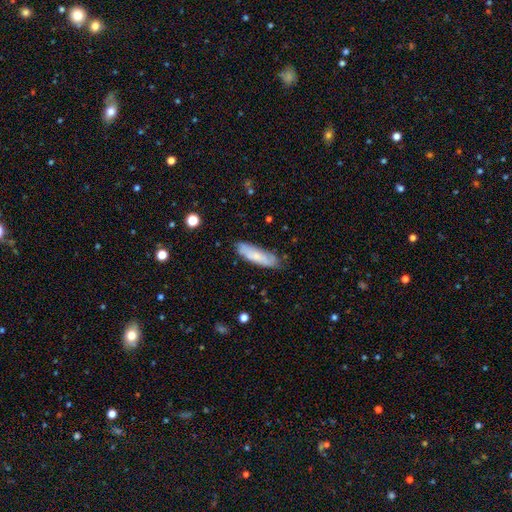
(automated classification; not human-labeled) Q: Smooth or featured?
A: smooth (71%); runner-up: featured or disk (23%)
Q: How rounded?
A: cigar-shaped (60%); runner-up: in between (39%)
Q: Merging?
A: none (74%); runner-up: minor disturbance (20%)